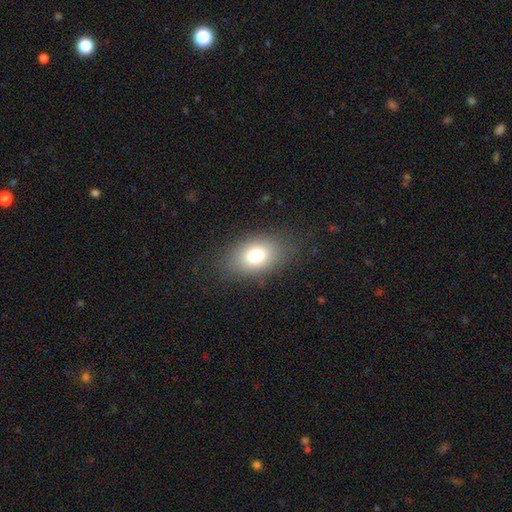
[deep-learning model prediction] Smooth or featured? smooth (76%)
How rounded? in between (80%)
Merging? none (80%)